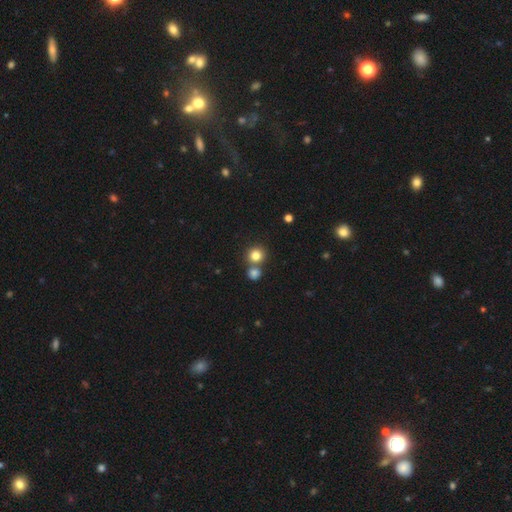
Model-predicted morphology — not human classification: smooth_or_featured: smooth (p=0.81) [alt: star or artifact p=0.12]
how_rounded: round (p=0.90) [alt: in between p=0.09]
merging: none (p=0.64) [alt: merger p=0.27]